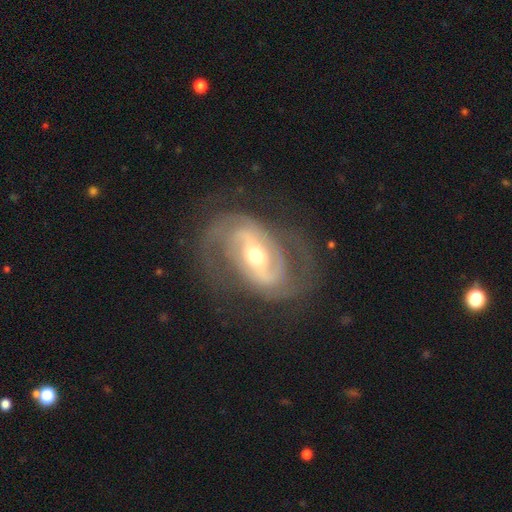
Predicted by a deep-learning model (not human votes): Smooth or featured? Predicted: featured or disk (p=0.88). Edge-on disk? Predicted: no (p=0.96). Bar? Predicted: strong (p=0.47). Spiral arms? Predicted: yes (p=0.93). Spiral winding? Predicted: medium (p=0.47). Spiral arm count? Predicted: 2 (p=0.79). Bulge size? Predicted: moderate (p=0.61). Merging? Predicted: none (p=0.72).